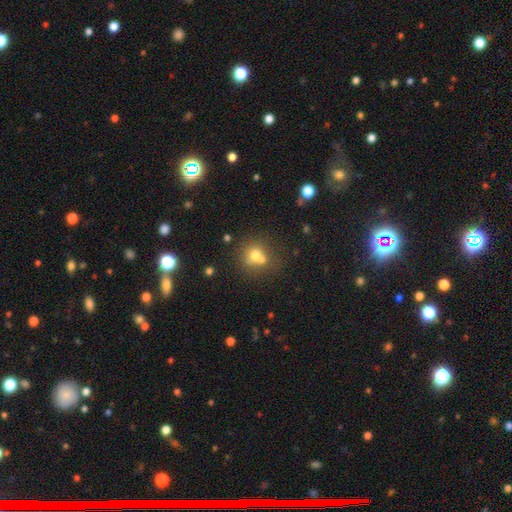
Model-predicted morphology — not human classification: smooth-or-featured: smooth: 66% | featured or disk: 19% | star or artifact: 15%
  how-rounded: round: 83% | in between: 16% | cigar-shaped: 1%
  merging: none: 45% | merger: 41% | minor disturbance: 9% | major disturbance: 5%